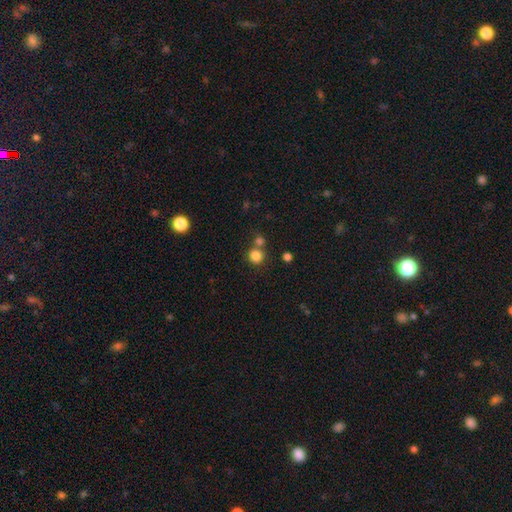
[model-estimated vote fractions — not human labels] smooth 82%, star or artifact 13%, featured or disk 5%. Down the decision tree: how rounded — round (90%); merging — none (66%).